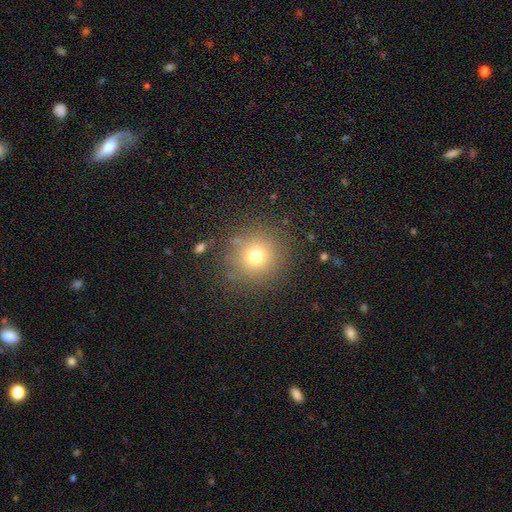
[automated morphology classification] Q: Smooth or featured?
A: smooth (72%); runner-up: star or artifact (17%)
Q: How rounded?
A: round (94%); runner-up: in between (6%)
Q: Merging?
A: none (84%); runner-up: minor disturbance (9%)